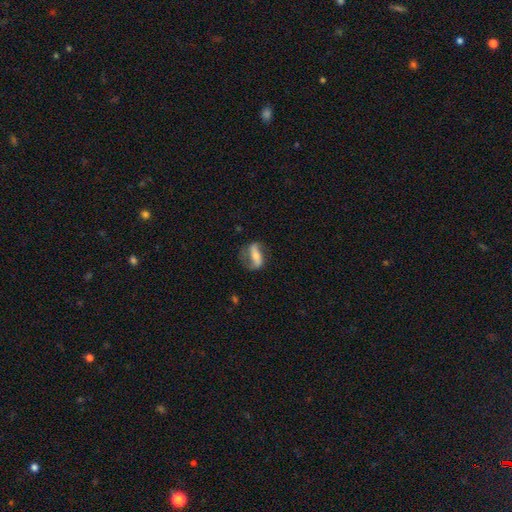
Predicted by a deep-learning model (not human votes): Q: Smooth or featured?
A: featured or disk (62%); runner-up: smooth (30%)
Q: Edge-on disk?
A: no (85%); runner-up: yes (15%)
Q: Bar?
A: strong (55%); runner-up: no (23%)
Q: Spiral arms?
A: yes (80%); runner-up: no (20%)
Q: Bulge size?
A: moderate (43%); runner-up: small (42%)
Q: Merging?
A: none (64%); runner-up: minor disturbance (21%)